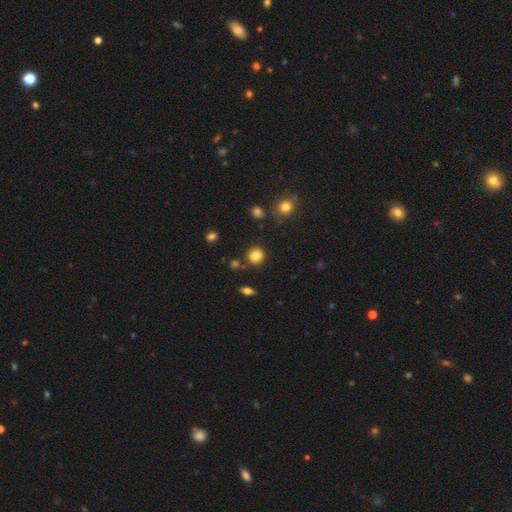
A smooth galaxy with no disk features (100%) that is round (100%).

Vote fractions:
- Smooth or featured? smooth: 100% / featured or disk: 0% / star or artifact: 0%
- How rounded? round: 100% / in between: 0% / cigar-shaped: 0%
- Merging? none: 87% / merger: 8% / minor disturbance: 5% / major disturbance: 0%